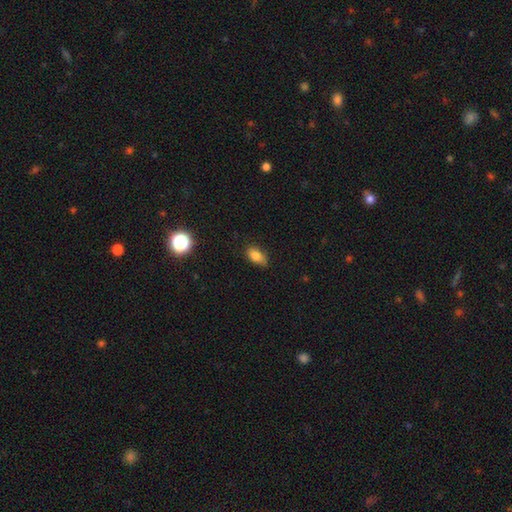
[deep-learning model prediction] Overall: smooth (81%). How rounded: in between (88%). Merging: none (71%).